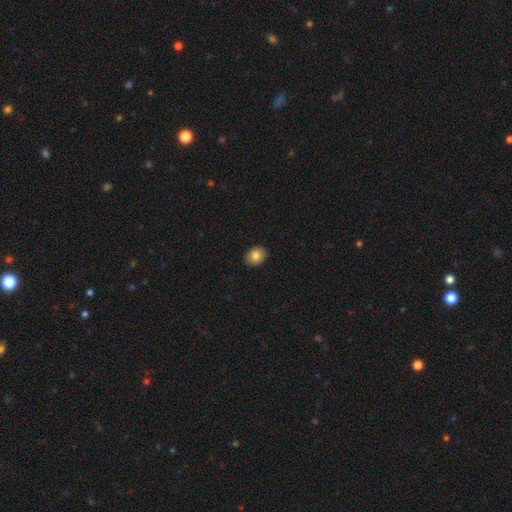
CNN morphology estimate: This is clearly a smooth galaxy (84%). How rounded: likely in between (63%). Merging: clearly none (91%).